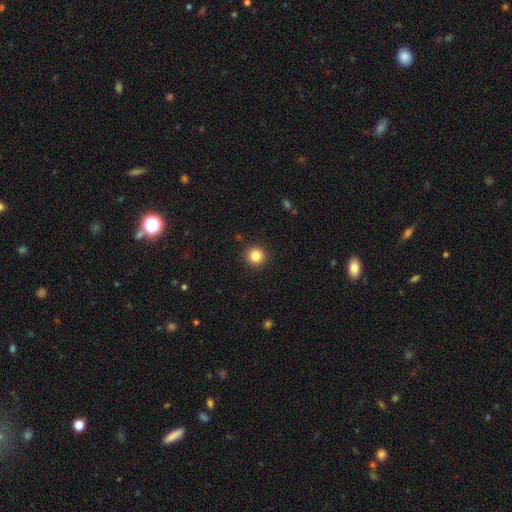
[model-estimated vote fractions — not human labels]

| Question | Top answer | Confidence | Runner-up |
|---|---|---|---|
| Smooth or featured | smooth | 84% | star or artifact (11%) |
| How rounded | round | 95% | in between (4%) |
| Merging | none | 92% | minor disturbance (5%) |